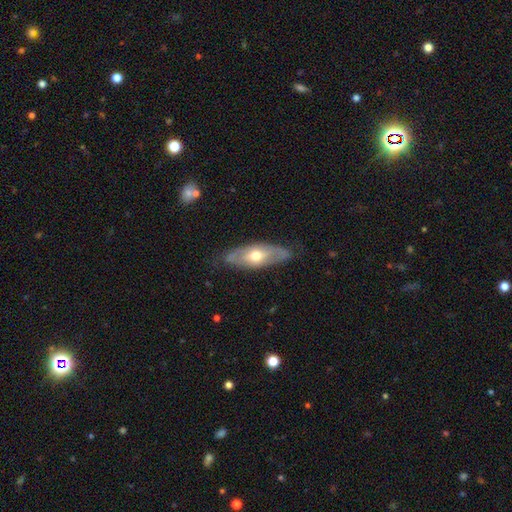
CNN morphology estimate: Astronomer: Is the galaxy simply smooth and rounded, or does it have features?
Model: featured or disk — 53% (runner-up: smooth, 41%).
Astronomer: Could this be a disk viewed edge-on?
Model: no — 70%.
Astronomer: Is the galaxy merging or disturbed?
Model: none — 76%.